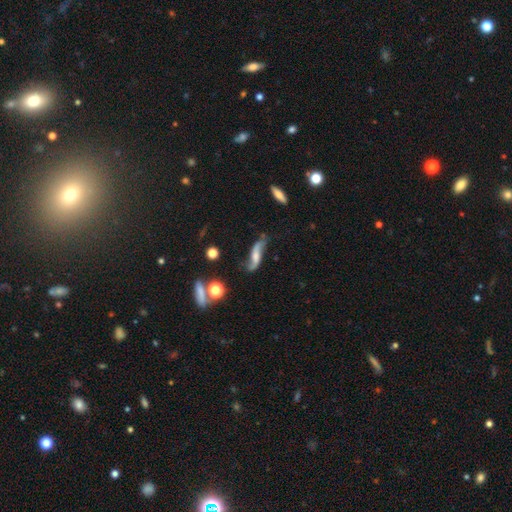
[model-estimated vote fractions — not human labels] A featured or disk galaxy (72%) with no bar (51%), 2 (91%) loose (86%) spiral arms (93%) and a moderate central bulge (33%). Merging: none (63%).